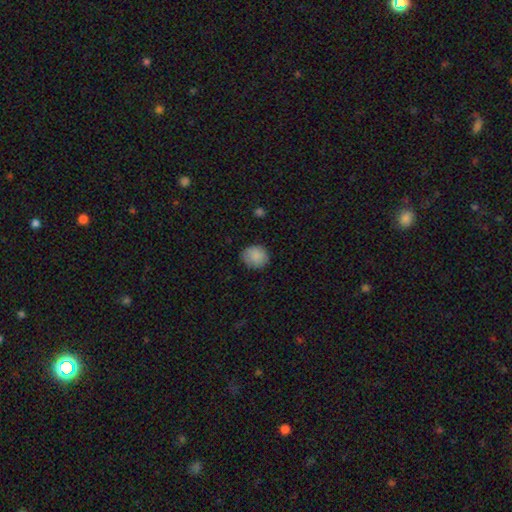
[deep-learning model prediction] A smooth galaxy with no disk features (87%) that is round (78%). Merging: none (82%).